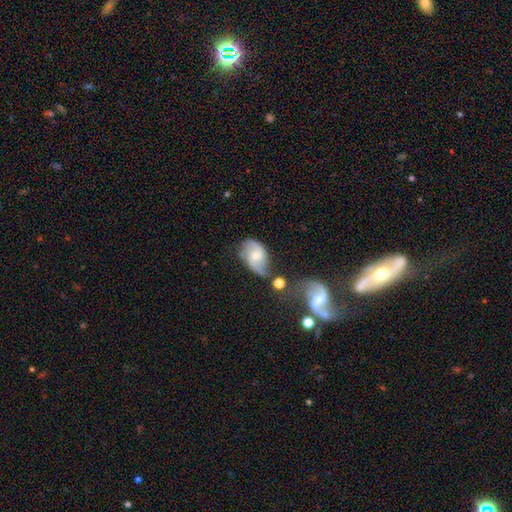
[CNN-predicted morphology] This is possibly a featured or disk galaxy (60%). It is clearly not viewed edge-on (96%). Bar: possibly no (48%). Spiral arm pattern: clearly yes (87%). Spiral arm count: clearly 2 (84%). Spiral winding: possibly loose (55%). Central bulge: possibly moderate (49%). Merging: possibly none (49%).